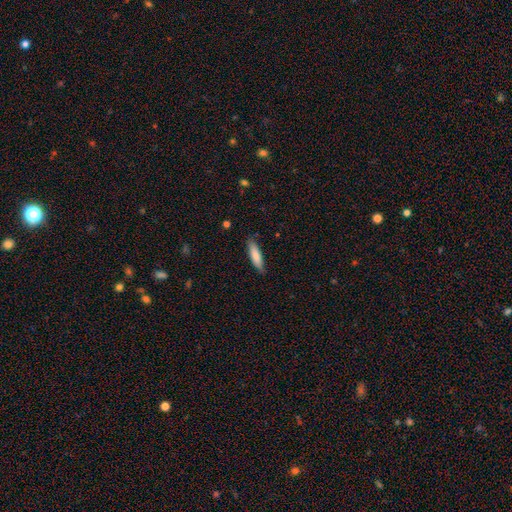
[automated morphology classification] This appears to be a smooth galaxy with no disk features (82%) that is cigar-shaped (71%). Merging: none (85%).